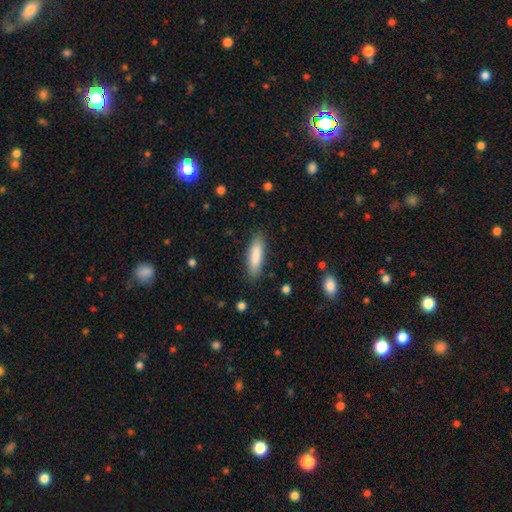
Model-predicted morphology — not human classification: Smooth or featured?
  - smooth: 86% *
  - featured or disk: 8%
  - star or artifact: 6%
How rounded?
  - cigar-shaped: 58% *
  - in between: 41%
  - round: 1%
Merging?
  - none: 87% *
  - minor disturbance: 10%
  - major disturbance: 2%
  - merger: 1%